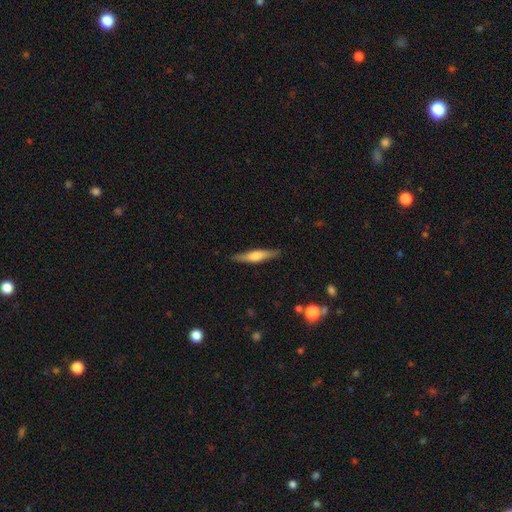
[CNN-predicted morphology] Overall: featured or disk (51%; smooth 43%). Edge-on disk: yes (96%). Merging: none (89%).